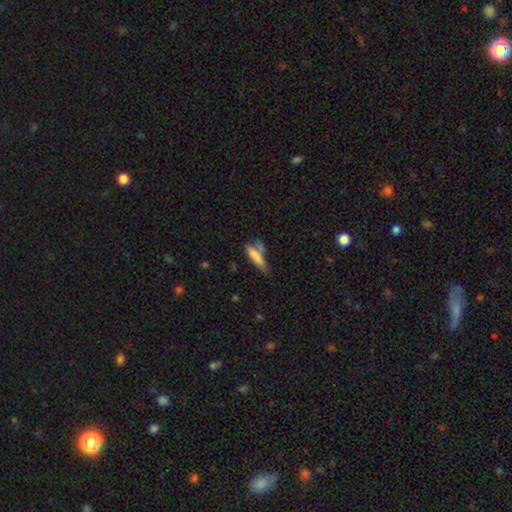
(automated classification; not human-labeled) Overall: smooth (76%). How rounded: cigar-shaped (68%; in between 29%). Merging: none (47%; merger 22%).